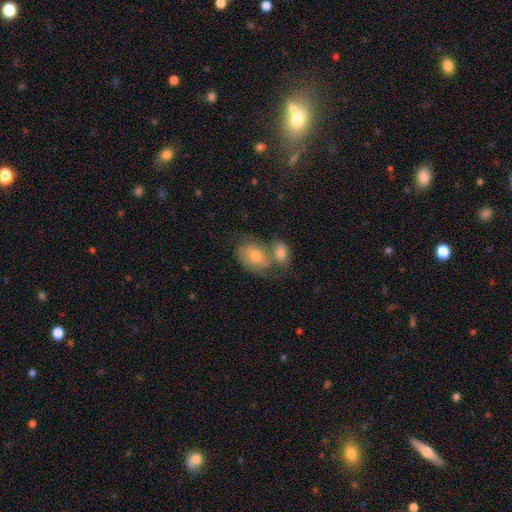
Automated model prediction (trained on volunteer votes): The model was most divided on "smooth or featured": smooth: 51%, featured or disk: 38%, star or artifact: 11%. Remaining: how rounded — in between (78%); merging — merger (49%).